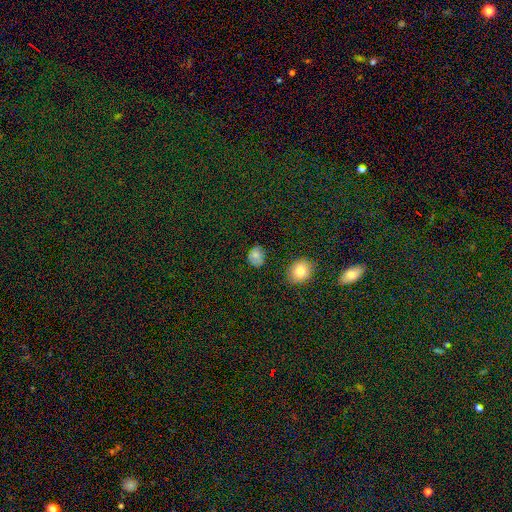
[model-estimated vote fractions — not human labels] Smooth or featured? smooth (78%)
How rounded? round (56%)
Merging? none (75%)